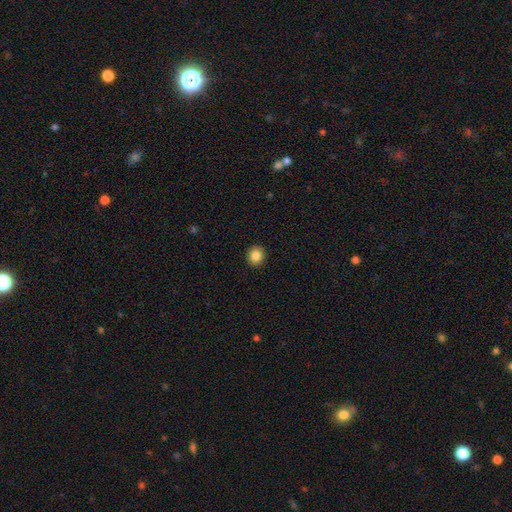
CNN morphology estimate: smooth-or-featured: smooth: 86% | star or artifact: 9% | featured or disk: 5%
  how-rounded: round: 84% | in between: 15% | cigar-shaped: 1%
  merging: none: 92% | minor disturbance: 5% | major disturbance: 2% | merger: 1%